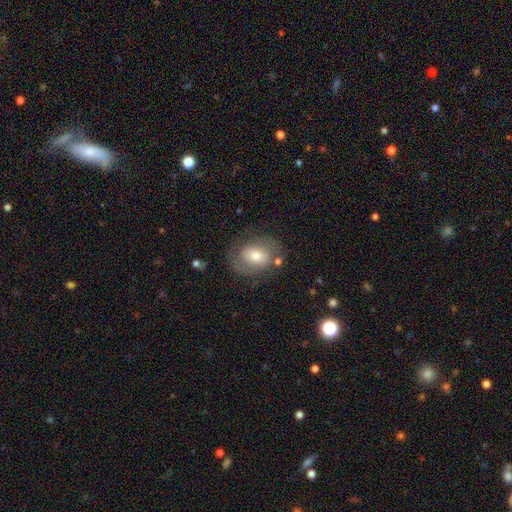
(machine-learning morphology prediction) smooth_or_featured: featured or disk (p=0.47) [alt: smooth p=0.44]
merging: none (p=0.72) [alt: minor disturbance p=0.16]